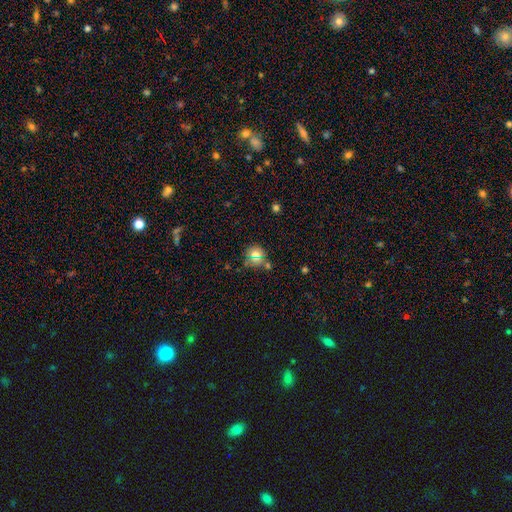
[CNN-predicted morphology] A smooth galaxy with no disk features (61%) that is round (86%).

Vote fractions:
- Smooth or featured? smooth: 61% / star or artifact: 28% / featured or disk: 11%
- How rounded? round: 86% / in between: 13% / cigar-shaped: 2%
- Merging? none: 77% / minor disturbance: 12% / merger: 7% / major disturbance: 5%